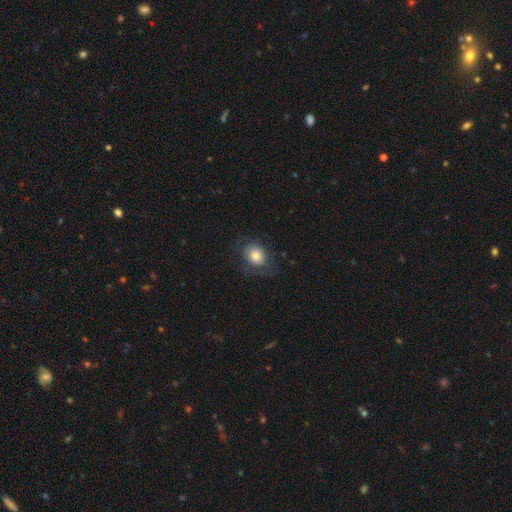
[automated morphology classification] This is likely a smooth galaxy (78%). How rounded: possibly round (52%). Merging: likely none (69%).